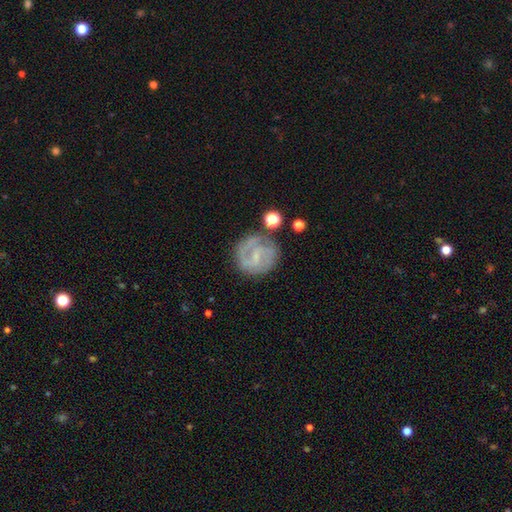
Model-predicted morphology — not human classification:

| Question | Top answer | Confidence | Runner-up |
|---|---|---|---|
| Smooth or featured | featured or disk | 74% | smooth (18%) |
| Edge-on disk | no | 97% | yes (3%) |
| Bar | weak | 53% | no (27%) |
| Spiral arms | yes | 88% | no (12%) |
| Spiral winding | medium | 42% | tight (41%) |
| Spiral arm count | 2 | 64% | can't tell (19%) |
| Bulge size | small | 55% | none (29%) |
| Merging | none | 69% | minor disturbance (17%) |